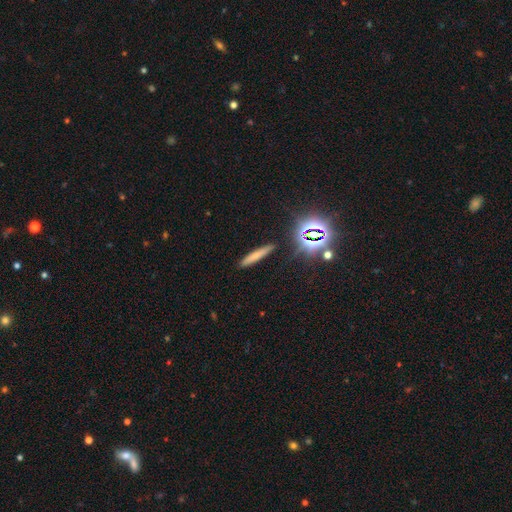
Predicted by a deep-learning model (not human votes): Morphology: type=smooth (68%); roundness=cigar-shaped (92%); merging=none (90%).